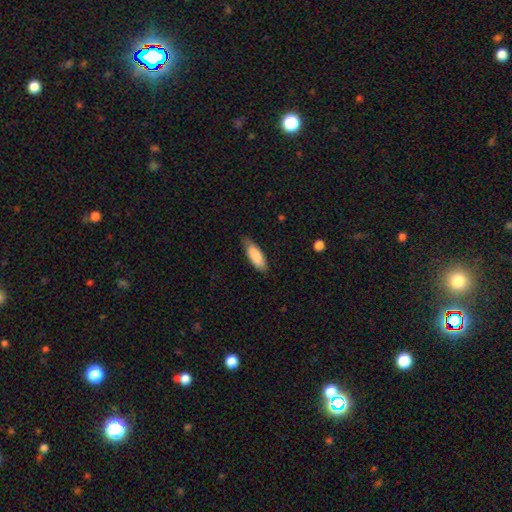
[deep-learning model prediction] Morphology: type=smooth (87%); roundness=in between (65%); merging=none (77%).